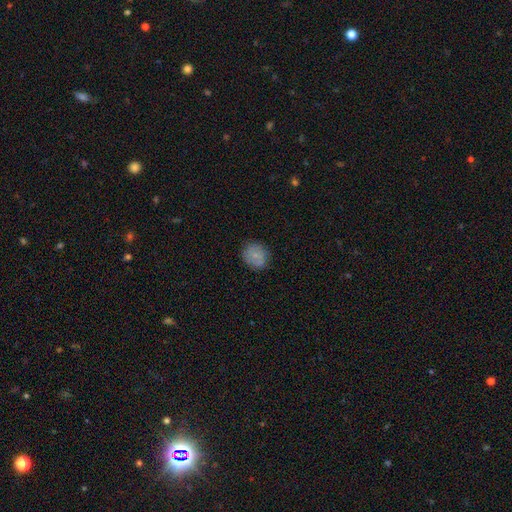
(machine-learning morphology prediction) smooth-or-featured: smooth: 75% | featured or disk: 16% | star or artifact: 9%
  how-rounded: round: 73% | in between: 26% | cigar-shaped: 1%
  merging: none: 79% | minor disturbance: 16% | major disturbance: 4% | merger: 2%